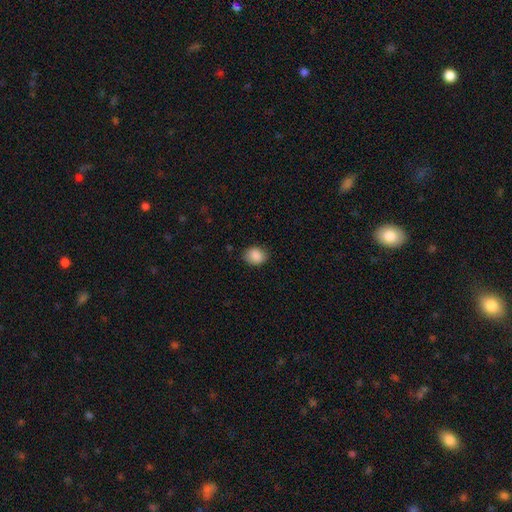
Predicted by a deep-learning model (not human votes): smooth-or-featured: smooth: 88% | star or artifact: 8% | featured or disk: 4%
  how-rounded: round: 50% (tied) | in between: 50% (tied) | cigar-shaped: 1%
  merging: none: 83% | minor disturbance: 13% | major disturbance: 3% | merger: 1%